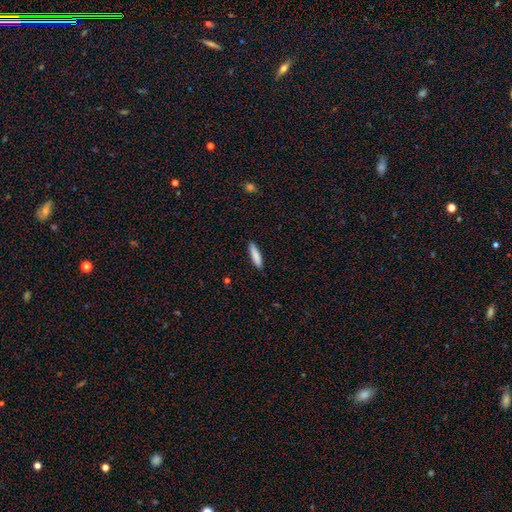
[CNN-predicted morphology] smooth 85%, featured or disk 9%, star or artifact 6%. Down the decision tree: how rounded — cigar-shaped (78%); merging — none (89%).